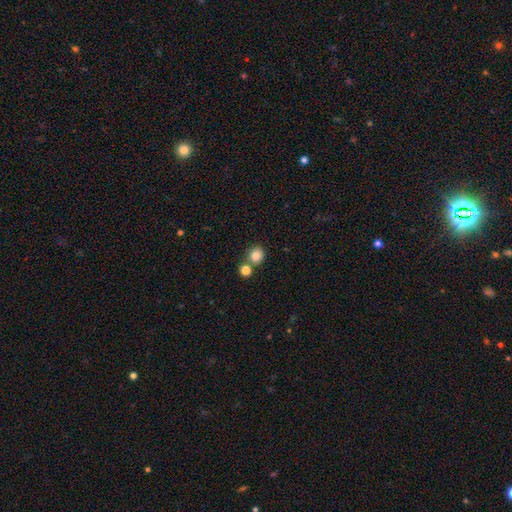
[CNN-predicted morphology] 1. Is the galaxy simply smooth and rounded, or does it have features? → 82% smooth, 11% star or artifact, 7% featured or disk.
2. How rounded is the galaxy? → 82% round, 17% in between, 1% cigar-shaped.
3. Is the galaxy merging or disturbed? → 65% none, 24% merger, 9% minor disturbance, 3% major disturbance.